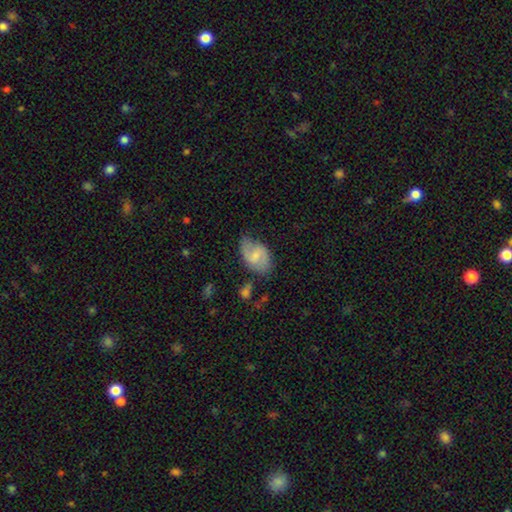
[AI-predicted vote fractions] Q: Smooth or featured?
A: smooth (50%); runner-up: featured or disk (43%)
Q: Merging?
A: none (58%); runner-up: minor disturbance (30%)